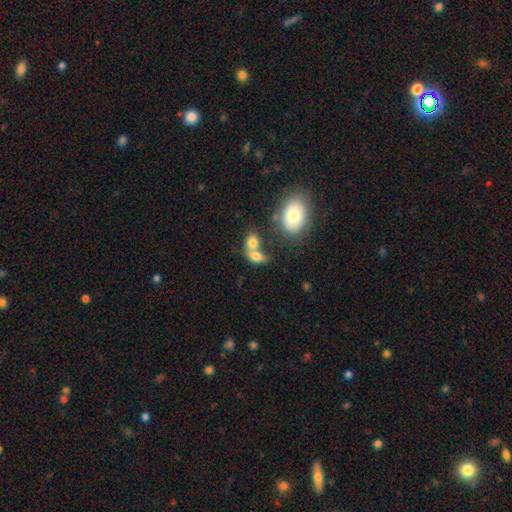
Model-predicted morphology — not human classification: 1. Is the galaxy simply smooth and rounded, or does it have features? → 76% smooth, 14% featured or disk, 10% star or artifact.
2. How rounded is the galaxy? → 71% in between, 25% round, 4% cigar-shaped.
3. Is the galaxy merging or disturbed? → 61% merger, 24% none, 8% minor disturbance, 6% major disturbance.